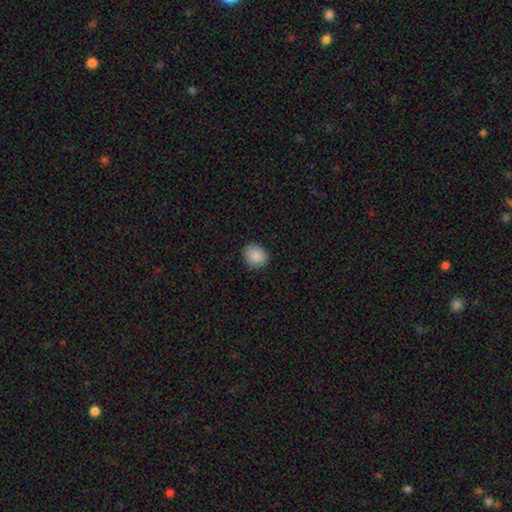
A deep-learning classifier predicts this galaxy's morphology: Smooth or featured? smooth (89%)
How rounded? round (71%)
Merging? none (87%)